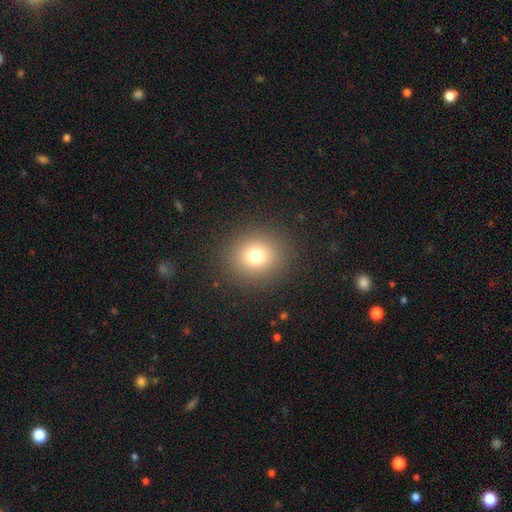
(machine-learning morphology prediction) The model was most divided on "smooth or featured": smooth: 74%, star or artifact: 17%, featured or disk: 9%. More confident: merging — none (89%); how rounded — round (85%).